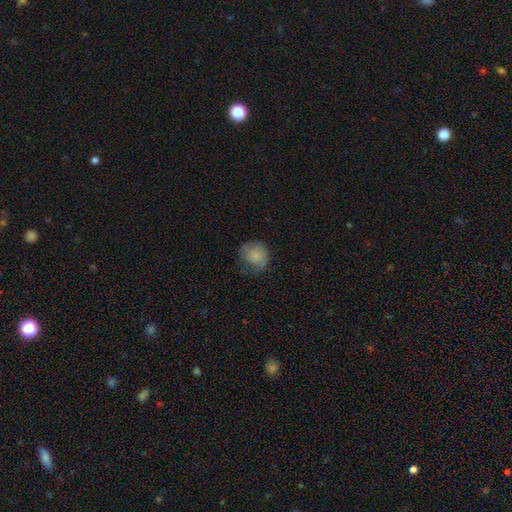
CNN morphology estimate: The model was most divided on "merging": none: 61%, minor disturbance: 27%, major disturbance: 11%, merger: 1%. More confident: how rounded — round (82%); smooth or featured — smooth (80%).